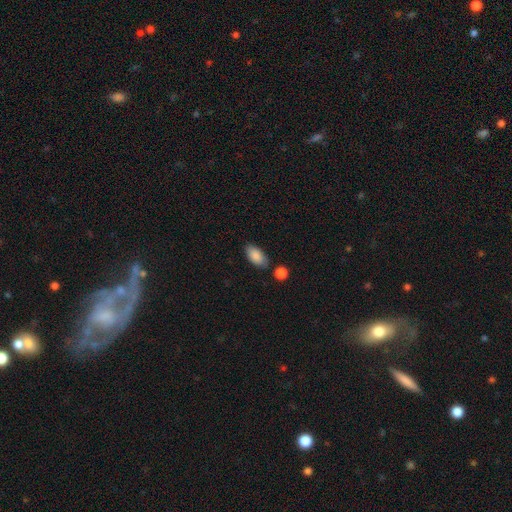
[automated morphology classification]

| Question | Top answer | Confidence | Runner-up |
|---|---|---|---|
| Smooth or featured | smooth | 87% | star or artifact (6%) |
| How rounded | in between | 93% | cigar-shaped (4%) |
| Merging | none | 77% | minor disturbance (14%) |